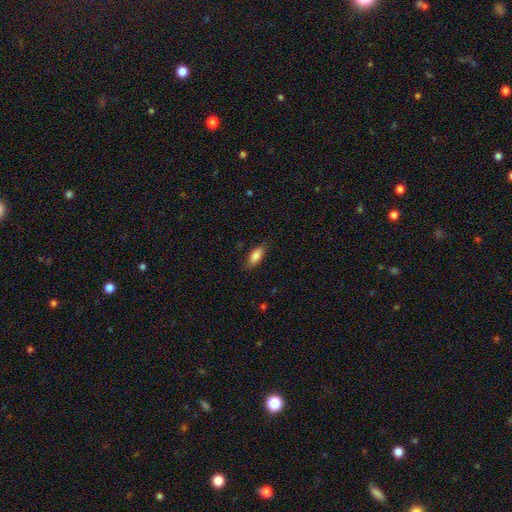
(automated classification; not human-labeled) A smooth galaxy with no disk features (83%) that is in between round and cigar-shaped (80%).

Vote fractions:
- Smooth or featured? smooth: 83% / featured or disk: 10% / star or artifact: 7%
- How rounded? in between: 80% / cigar-shaped: 17% / round: 2%
- Merging? none: 81% / minor disturbance: 15% / major disturbance: 3% / merger: 1%